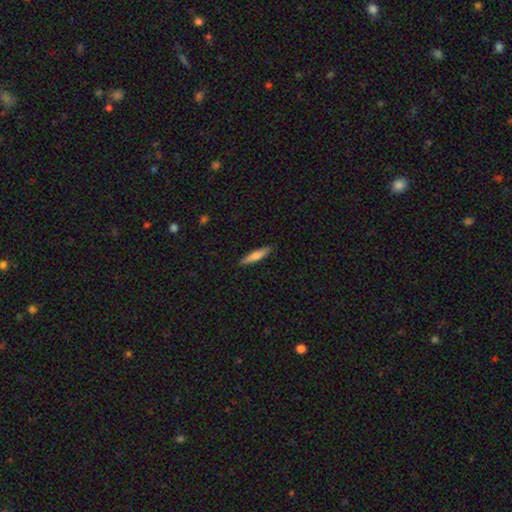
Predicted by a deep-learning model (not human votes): This appears to be a smooth galaxy with no disk features (70%) that is cigar-shaped (86%). Merging: none (90%).